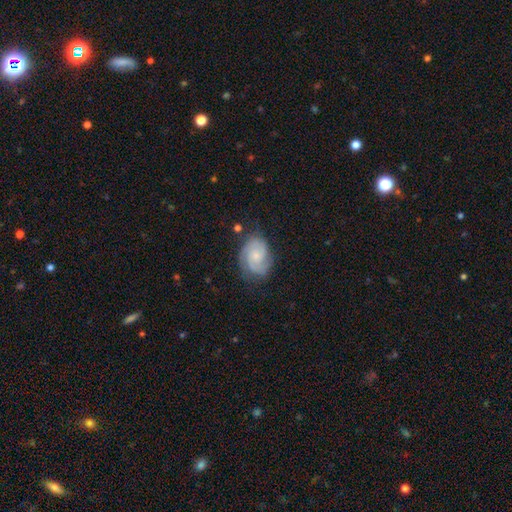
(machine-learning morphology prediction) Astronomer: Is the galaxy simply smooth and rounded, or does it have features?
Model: featured or disk — 78%.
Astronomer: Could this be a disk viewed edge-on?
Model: no — 98%.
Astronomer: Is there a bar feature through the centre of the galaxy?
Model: no — 68%.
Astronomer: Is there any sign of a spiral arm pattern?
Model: yes — 96%.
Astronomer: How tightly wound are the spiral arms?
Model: tight — 54% (runner-up: medium, 38%).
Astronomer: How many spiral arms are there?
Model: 2 — 43% (runner-up: 3, 28%).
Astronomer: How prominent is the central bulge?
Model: small — 63%.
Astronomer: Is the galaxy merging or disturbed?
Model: none — 71%.